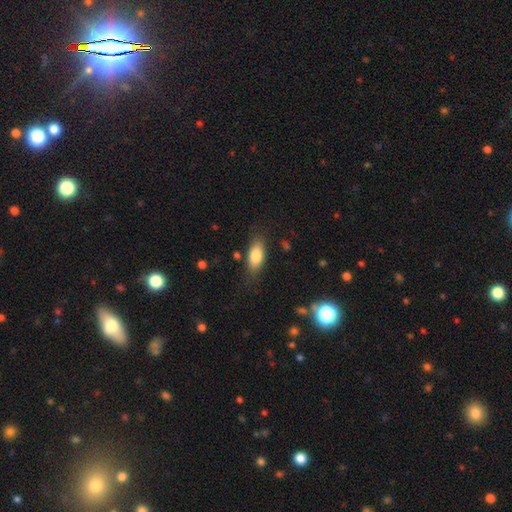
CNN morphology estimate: smooth-or-featured: smooth: 80% | featured or disk: 13% | star or artifact: 7%
  how-rounded: in between: 82% | cigar-shaped: 15% | round: 3%
  merging: none: 78% | minor disturbance: 15% | major disturbance: 4% | merger: 2%